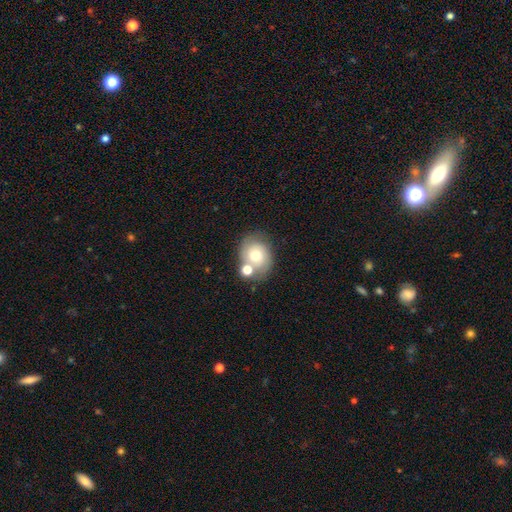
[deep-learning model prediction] A smooth galaxy with no disk features (56%) that is round (57%). Merging: none (51%).